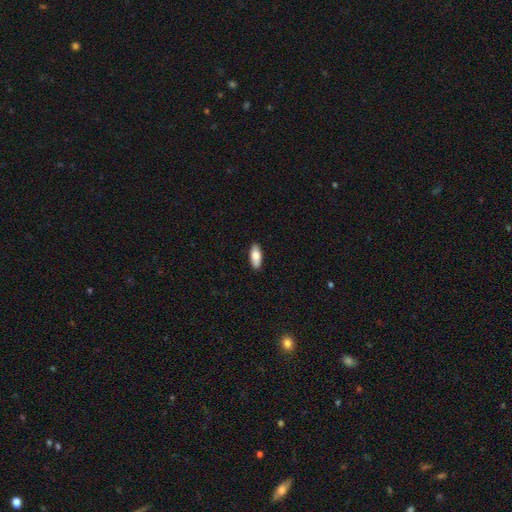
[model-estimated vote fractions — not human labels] smooth 77%, featured or disk 18%, star or artifact 6%. Down the decision tree: how rounded — in between (85%); merging — none (90%).